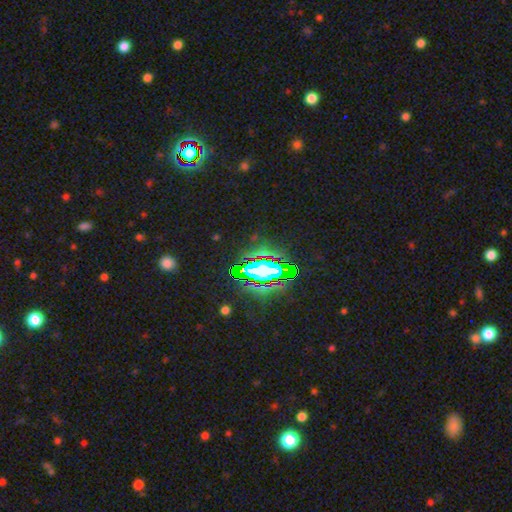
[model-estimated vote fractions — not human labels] smooth-or-featured: star or artifact: 84% | smooth: 9% | featured or disk: 7%